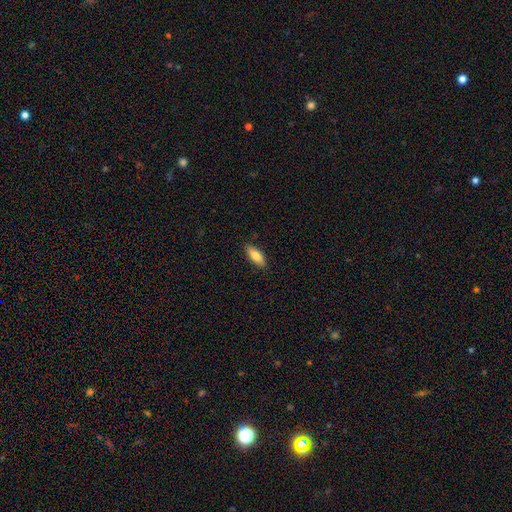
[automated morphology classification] This is clearly a smooth galaxy (81%). How rounded: likely in between (65%). Merging: clearly none (86%).